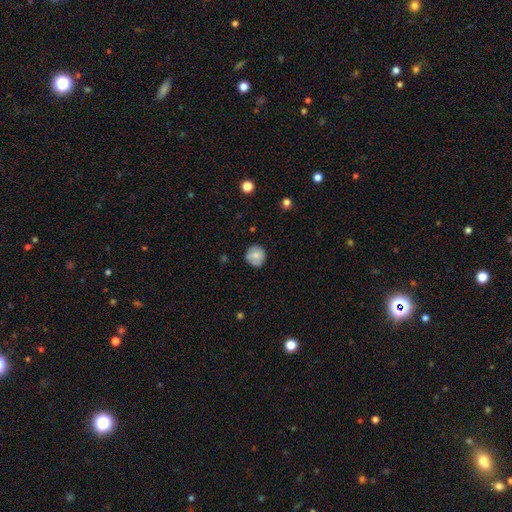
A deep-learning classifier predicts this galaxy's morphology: Smooth or featured? smooth (78%)
How rounded? round (91%)
Merging? none (81%)